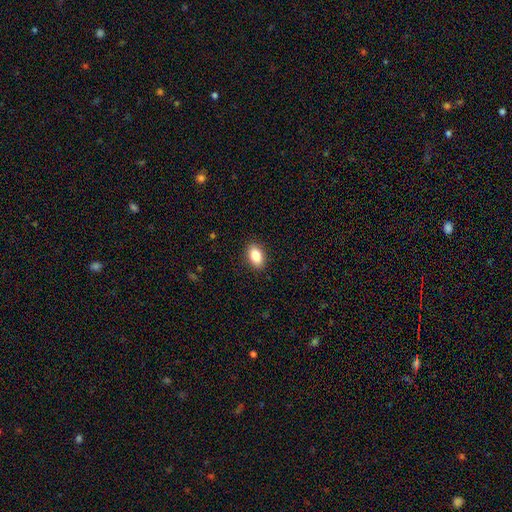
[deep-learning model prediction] A smooth galaxy with no disk features (86%) that is in between round and cigar-shaped (90%). Merging: none (89%).